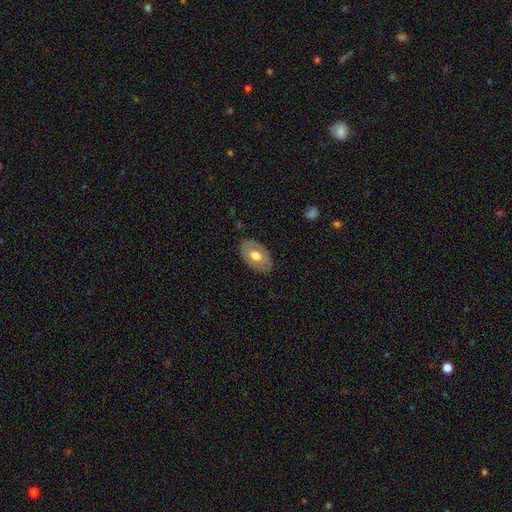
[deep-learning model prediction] Morphology: type=smooth (57%); roundness=in between (90%); merging=none (83%).